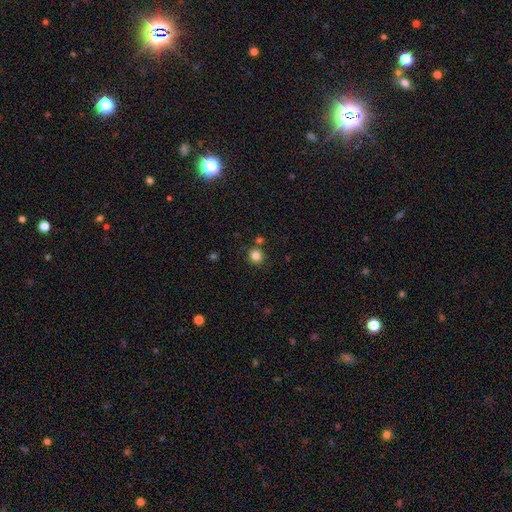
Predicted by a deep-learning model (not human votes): This is clearly a smooth galaxy (83%). How rounded: clearly round (91%). Merging: clearly none (81%).